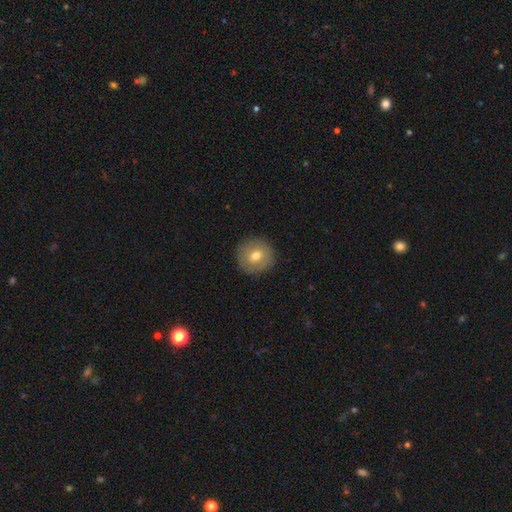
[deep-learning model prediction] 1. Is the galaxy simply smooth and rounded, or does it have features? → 69% smooth, 23% featured or disk, 8% star or artifact.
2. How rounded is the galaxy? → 92% round, 7% in between, 1% cigar-shaped.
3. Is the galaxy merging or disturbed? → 89% none, 8% minor disturbance, 2% major disturbance, 1% merger.